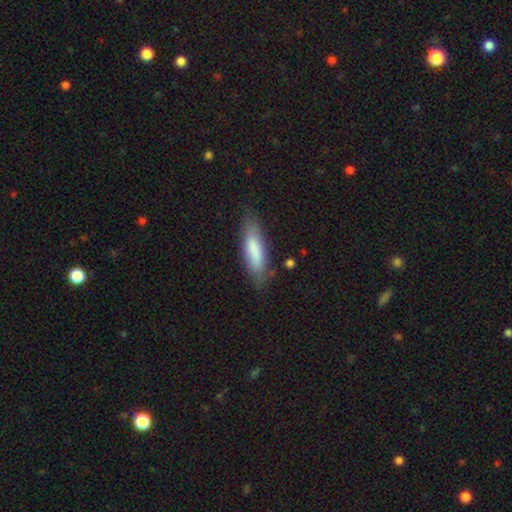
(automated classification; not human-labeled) Overall: smooth (80%). How rounded: cigar-shaped (53%; in between 45%). Merging: none (75%).